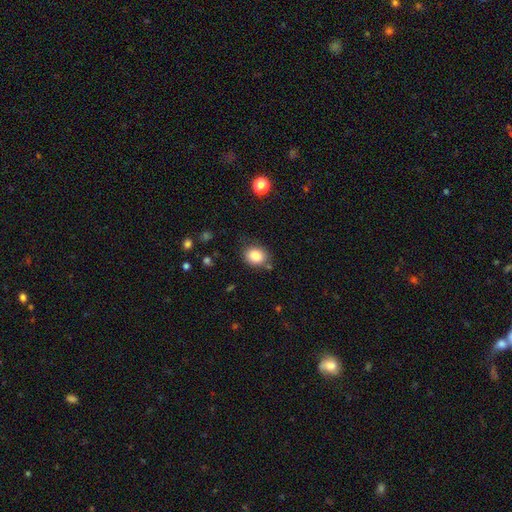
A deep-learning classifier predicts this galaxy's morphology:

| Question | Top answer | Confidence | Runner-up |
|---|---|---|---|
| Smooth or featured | smooth | 84% | star or artifact (10%) |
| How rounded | round | 59% | in between (40%) |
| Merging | none | 79% | minor disturbance (13%) |